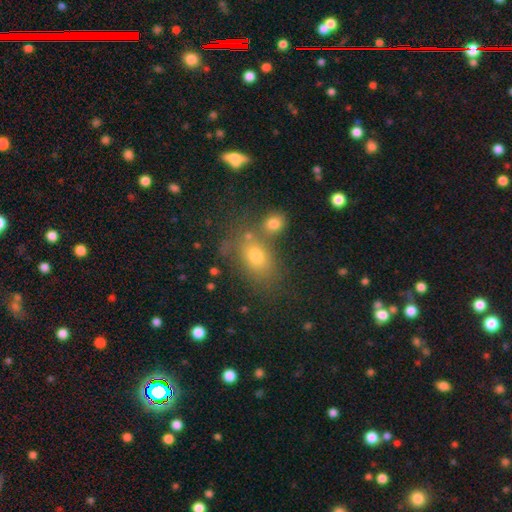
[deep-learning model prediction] Smooth or featured: smooth — 69% (star or artifact — 17%)
How rounded: in between — 71% (round — 26%)
Merging: none — 61% (merger — 18%)